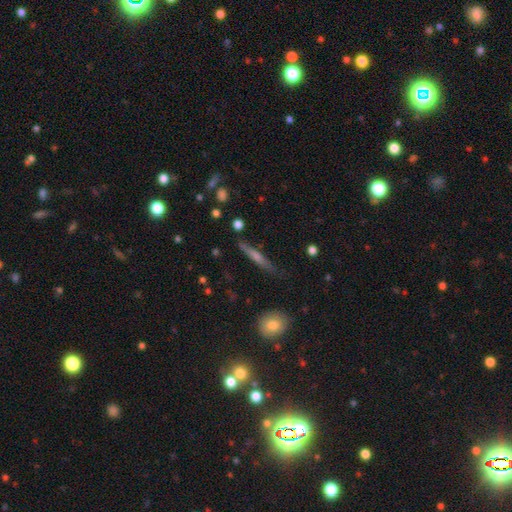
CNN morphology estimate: featured or disk 53%, smooth 38%, star or artifact 9%. Down the decision tree: edge-on disk — yes (95%); edge-on bulge — rounded (52%); merging — none (81%).